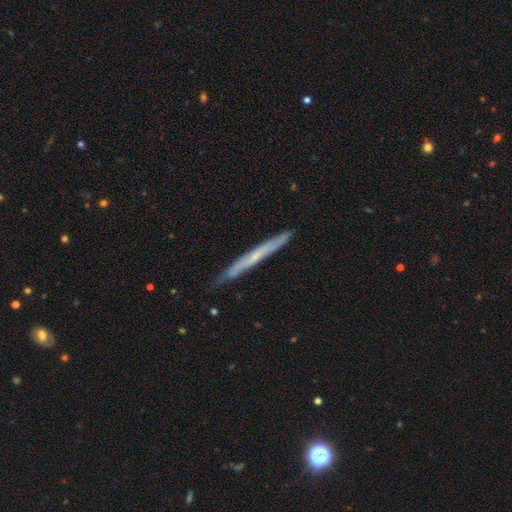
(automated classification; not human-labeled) Overall: featured or disk (56%; smooth 38%). Edge-on disk: yes (94%). Edge-on bulge: none (75%). Merging: none (83%).